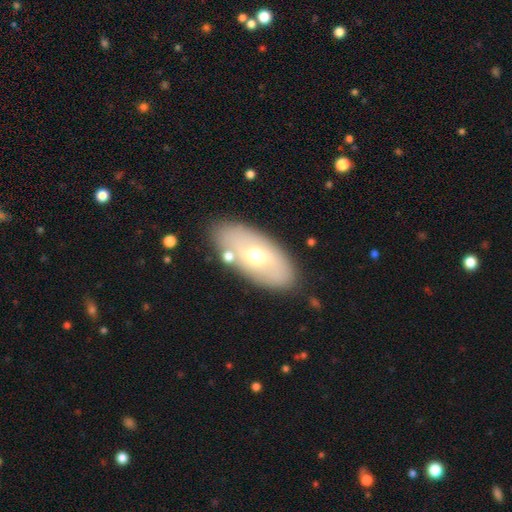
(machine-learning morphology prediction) smooth 47%, featured or disk 46%, star or artifact 7%. Down the decision tree: merging — none (82%).